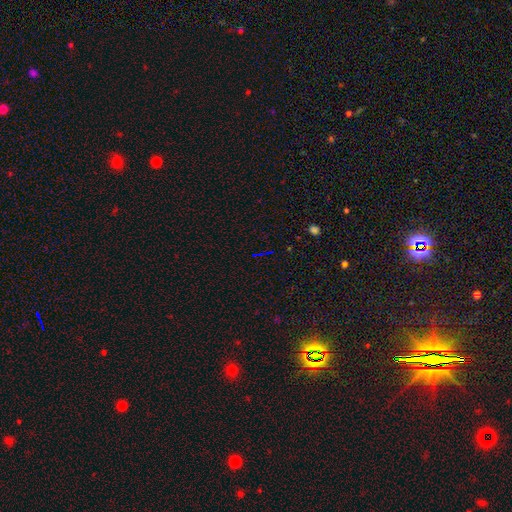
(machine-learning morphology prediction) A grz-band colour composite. It shows a star or artifact, not a galaxy (75%).